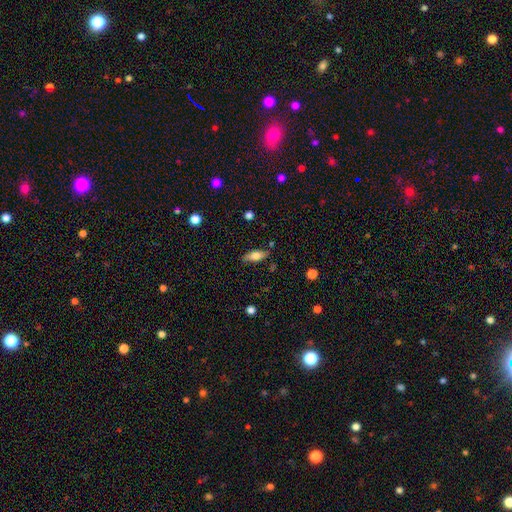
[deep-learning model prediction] Smooth or featured? Predicted: smooth (p=0.68). How rounded? Predicted: in between (p=0.69). Merging? Predicted: none (p=0.79).